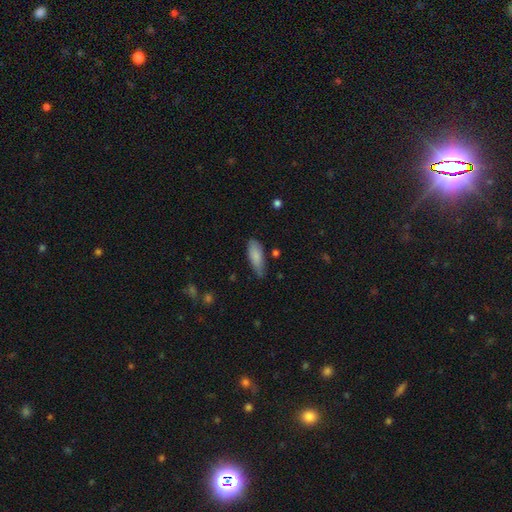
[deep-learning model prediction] A smooth galaxy with no disk features (84%) that is in between round and cigar-shaped (65%). Merging: none (59%).